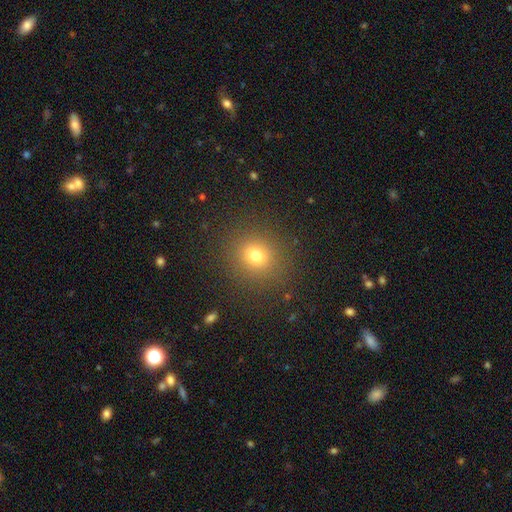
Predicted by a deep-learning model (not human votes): A smooth galaxy with no disk features (74%) that is round (83%).

Vote fractions:
- Smooth or featured? smooth: 74% / star or artifact: 18% / featured or disk: 9%
- How rounded? round: 83% / in between: 16% / cigar-shaped: 1%
- Merging? none: 87% / minor disturbance: 8% / major disturbance: 4% / merger: 1%